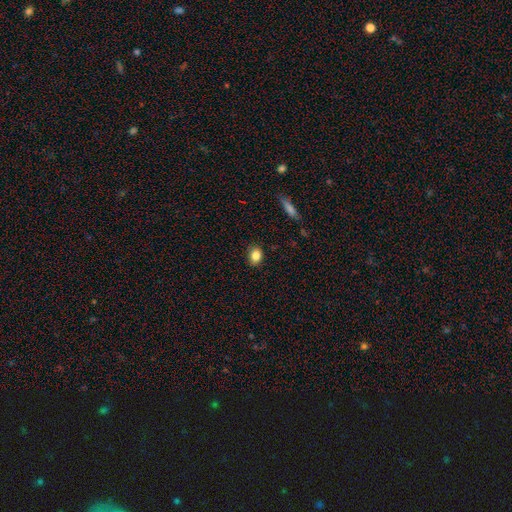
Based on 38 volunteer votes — Morphology: type=smooth (76%); roundness=in between (69%); merging=none (89%).